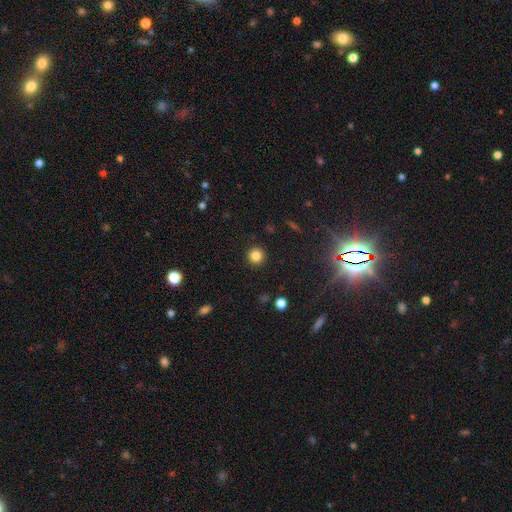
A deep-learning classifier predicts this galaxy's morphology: Q: Smooth or featured?
A: smooth (83%); runner-up: star or artifact (12%)
Q: How rounded?
A: round (95%); runner-up: in between (4%)
Q: Merging?
A: none (92%); runner-up: minor disturbance (5%)